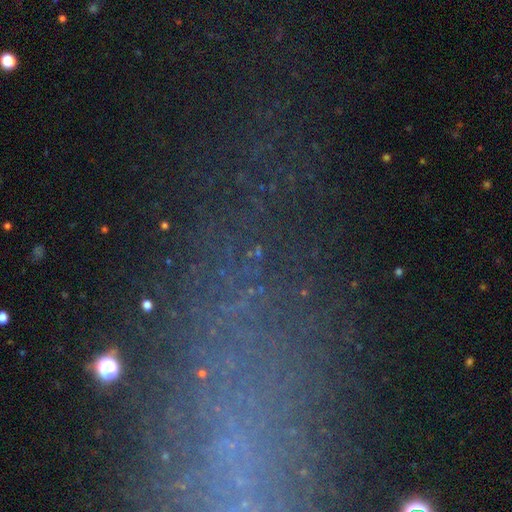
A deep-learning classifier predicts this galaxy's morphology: This is possibly a star or artifact rather than a galaxy (57%).